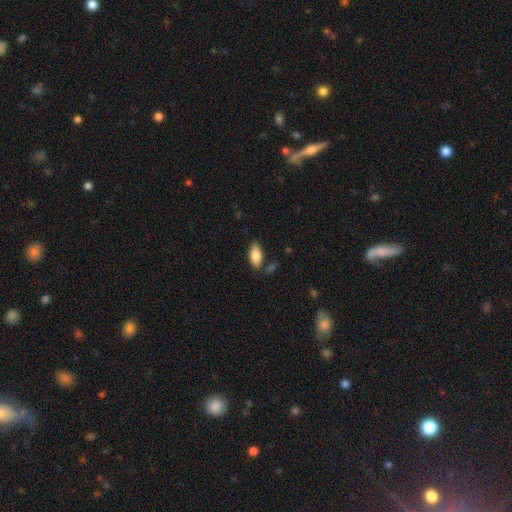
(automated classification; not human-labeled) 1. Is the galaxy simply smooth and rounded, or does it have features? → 84% smooth, 9% featured or disk, 7% star or artifact.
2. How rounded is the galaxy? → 89% in between, 9% cigar-shaped, 2% round.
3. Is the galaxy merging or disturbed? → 80% none, 13% minor disturbance, 4% merger, 3% major disturbance.